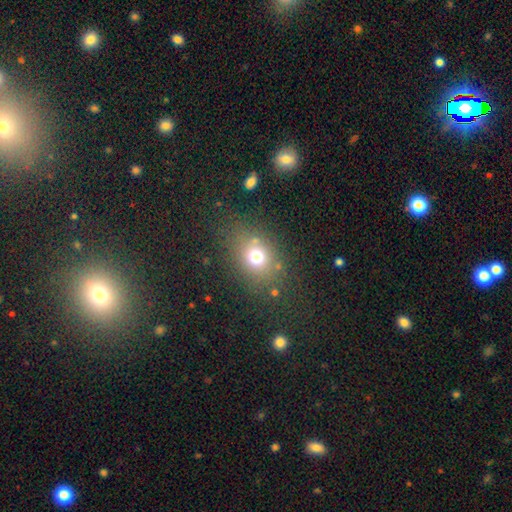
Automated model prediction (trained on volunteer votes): Morphology: type=smooth (72%); roundness=round (51%); merging=none (76%).